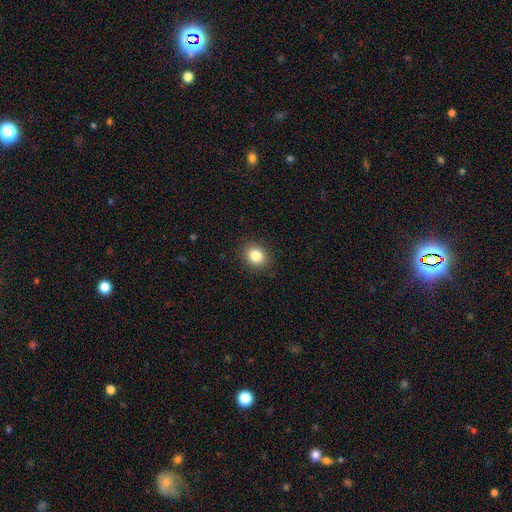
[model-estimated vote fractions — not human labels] Smooth or featured? Predicted: smooth (p=0.83). How rounded? Predicted: round (p=0.67). Merging? Predicted: none (p=0.89).